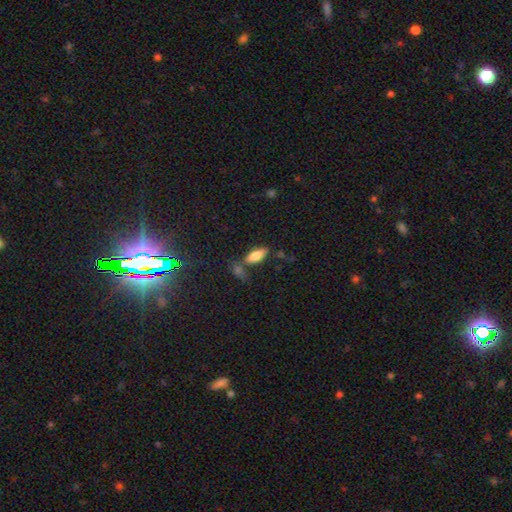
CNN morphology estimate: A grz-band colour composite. It shows a smooth galaxy with no disk features (74%) that is in between round and cigar-shaped (76%). Merging: none (61%).